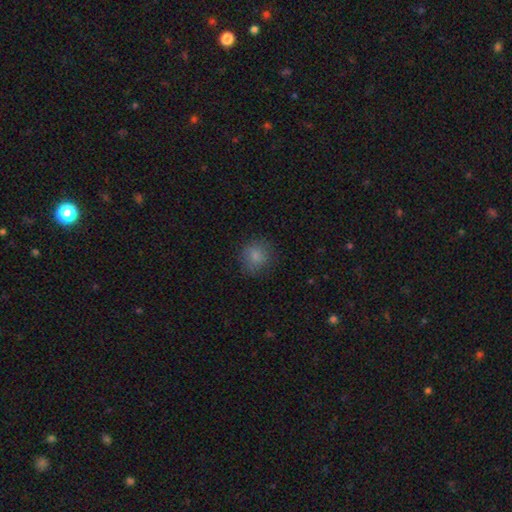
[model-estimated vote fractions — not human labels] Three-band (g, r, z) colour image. It shows a smooth galaxy with no disk features (82%) that is round (81%). Merging: none (79%).